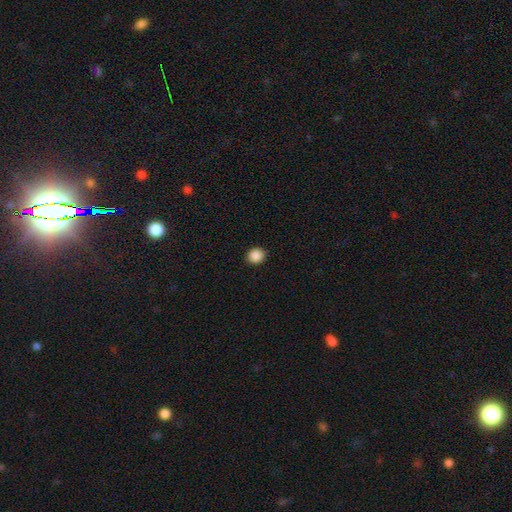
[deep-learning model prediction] This appears to be a smooth galaxy with no disk features (89%) that is round (80%). Merging: none (92%).